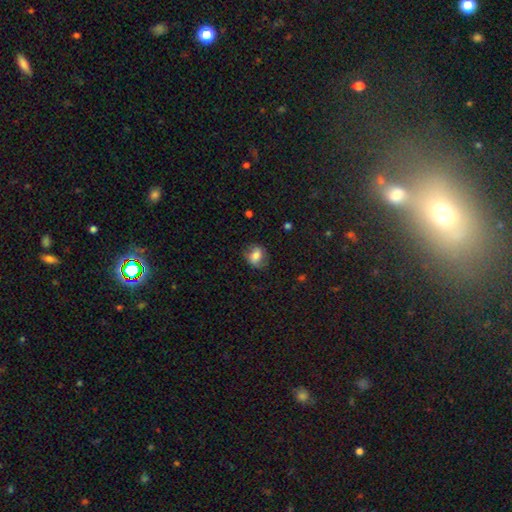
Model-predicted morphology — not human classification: Smooth or featured? smooth (64%)
How rounded? round (50%)
Merging? none (66%)